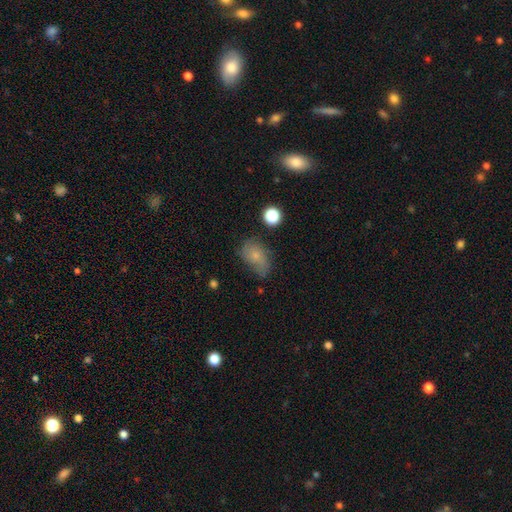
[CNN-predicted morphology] smooth_or_featured: smooth (p=0.61) [alt: featured or disk p=0.27]
how_rounded: in between (p=0.80) [alt: round p=0.17]
merging: none (p=0.51) [alt: minor disturbance p=0.32]